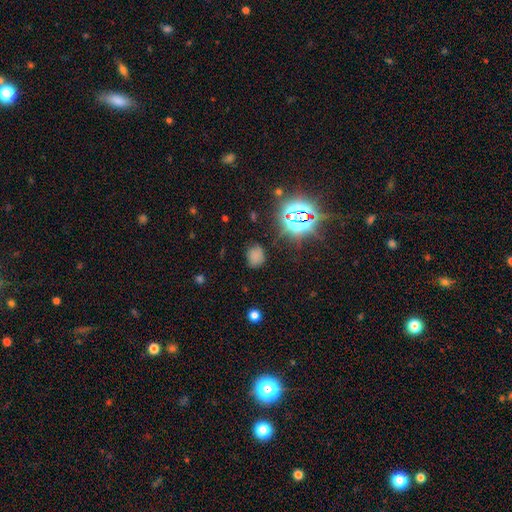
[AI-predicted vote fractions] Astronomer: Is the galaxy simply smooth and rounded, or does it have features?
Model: smooth — 65%.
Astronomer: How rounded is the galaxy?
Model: round — 55% (runner-up: in between, 43%).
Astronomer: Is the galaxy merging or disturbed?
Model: none — 77%.